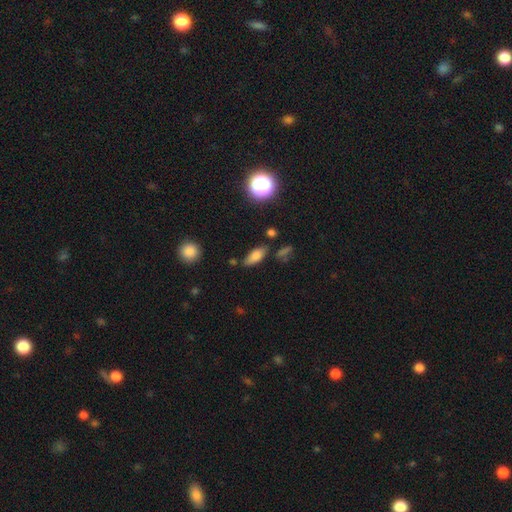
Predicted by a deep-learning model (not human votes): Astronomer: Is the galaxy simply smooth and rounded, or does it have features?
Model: smooth — 75%.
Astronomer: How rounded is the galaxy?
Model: in between — 79%.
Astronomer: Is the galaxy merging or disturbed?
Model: none — 71%.